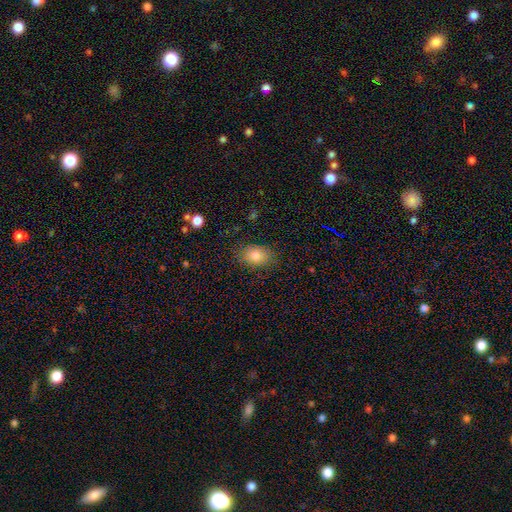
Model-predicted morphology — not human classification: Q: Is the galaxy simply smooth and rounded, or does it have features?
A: smooth — 83%.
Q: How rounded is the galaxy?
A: in between — 81%.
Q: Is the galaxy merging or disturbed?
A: none — 83%.